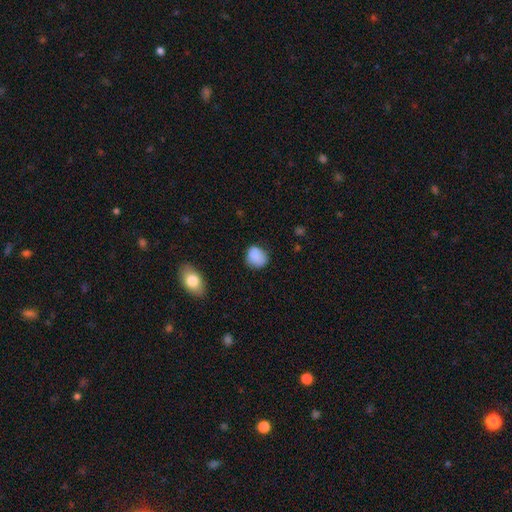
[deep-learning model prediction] This appears to be a smooth galaxy with no disk features (86%) that is round (64%). Merging: none (70%).